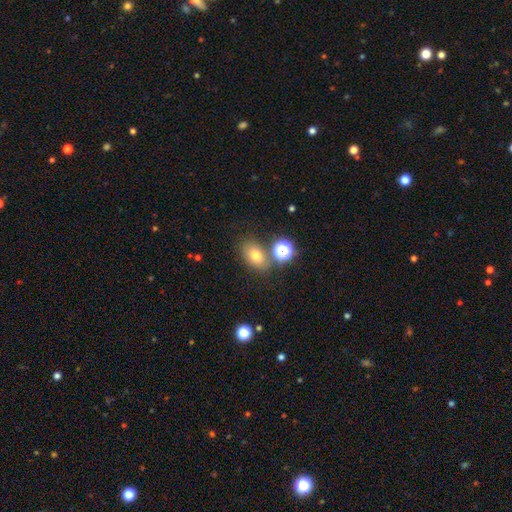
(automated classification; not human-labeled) Smooth or featured: smooth — 70% (star or artifact — 16%)
How rounded: in between — 73% (round — 26%)
Merging: none — 70% (merger — 13%)